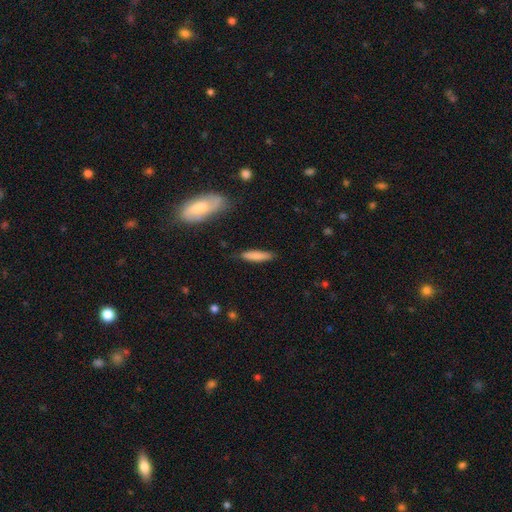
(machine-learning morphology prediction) smooth-or-featured: smooth: 77% | featured or disk: 16% | star or artifact: 7%
  how-rounded: cigar-shaped: 80% | in between: 18% | round: 2%
  merging: none: 82% | minor disturbance: 13% | major disturbance: 3% | merger: 2%